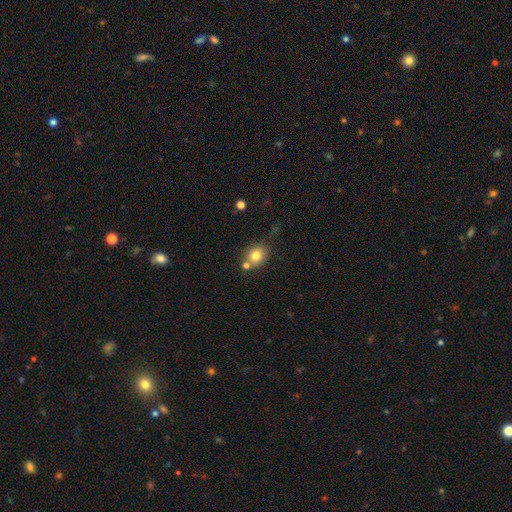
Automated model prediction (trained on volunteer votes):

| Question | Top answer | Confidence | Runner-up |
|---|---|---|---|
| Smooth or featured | smooth | 80% | star or artifact (10%) |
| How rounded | round | 63% | in between (36%) |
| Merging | none | 63% | merger (20%) |